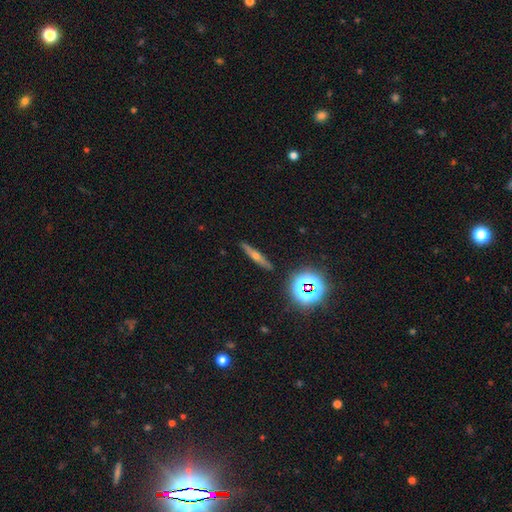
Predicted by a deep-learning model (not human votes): Smooth or featured: featured or disk — 51% (smooth — 33%)
Edge-on disk: yes — 93% (no — 7%)
Merging: none — 89% (minor disturbance — 8%)